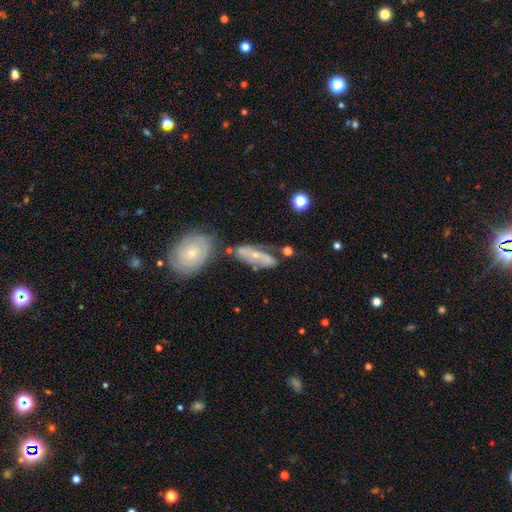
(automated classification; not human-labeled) smooth-or-featured: featured or disk: 60% | smooth: 30% | star or artifact: 9%
  disk-edge-on: no: 81% | yes: 19%
  merging: none: 52% | minor disturbance: 20% | merger: 18% | major disturbance: 10%